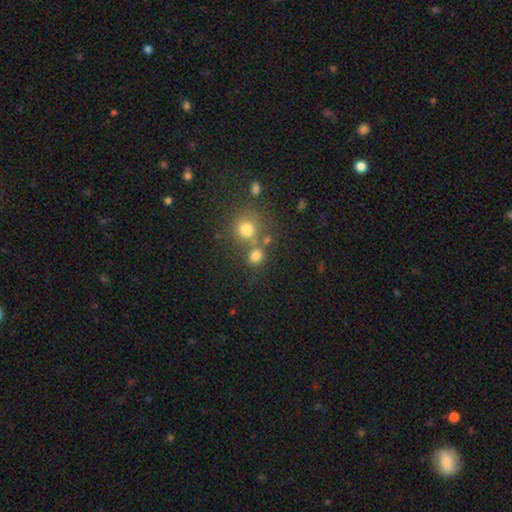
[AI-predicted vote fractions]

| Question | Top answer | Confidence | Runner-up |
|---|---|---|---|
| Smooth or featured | smooth | 76% | star or artifact (16%) |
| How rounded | round | 79% | in between (20%) |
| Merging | none | 61% | merger (25%) |